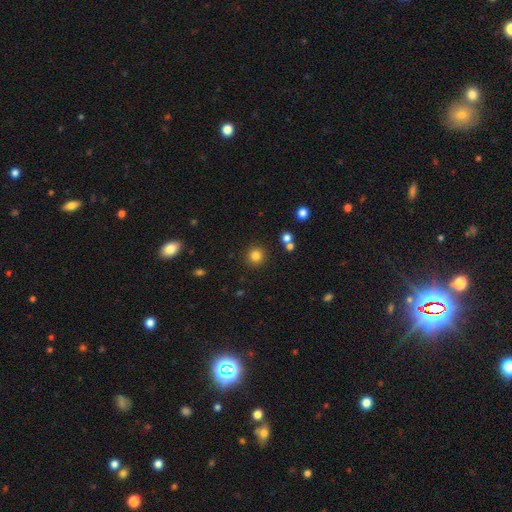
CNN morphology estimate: The model was most divided on "smooth or featured": smooth: 82%, star or artifact: 13%, featured or disk: 5%. More confident: how rounded — round (94%); merging — none (89%).